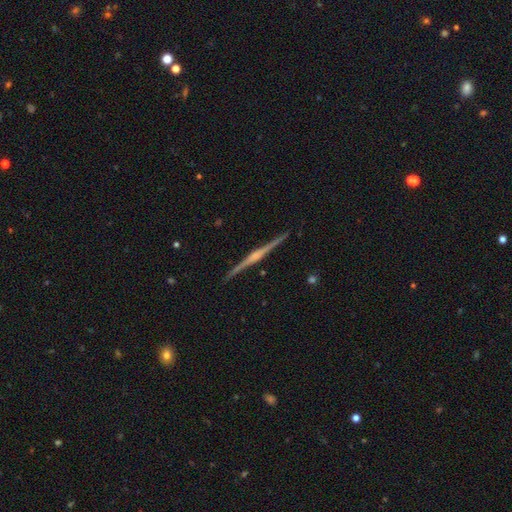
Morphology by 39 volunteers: Smooth or featured: featured or disk — 92% (smooth — 8%)
Edge-on disk: yes — 100%
Edge-on bulge: rounded — 58% (boxy — 36%)
Merging: none — 92% (minor disturbance — 8%)